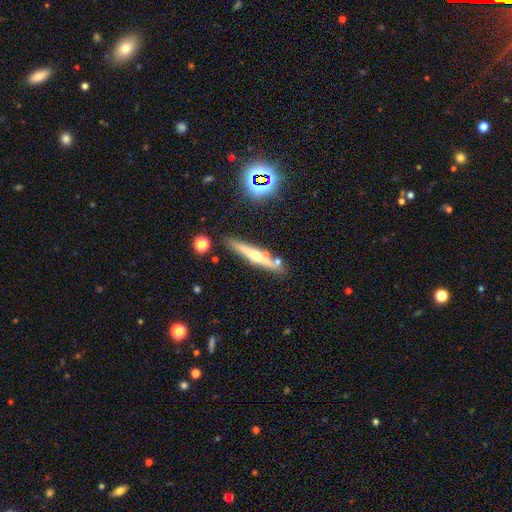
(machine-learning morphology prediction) Smooth or featured: featured or disk — 61% (smooth — 30%)
Edge-on disk: yes — 95% (no — 5%)
Edge-on bulge: rounded — 83% (none — 10%)
Merging: none — 77% (minor disturbance — 12%)